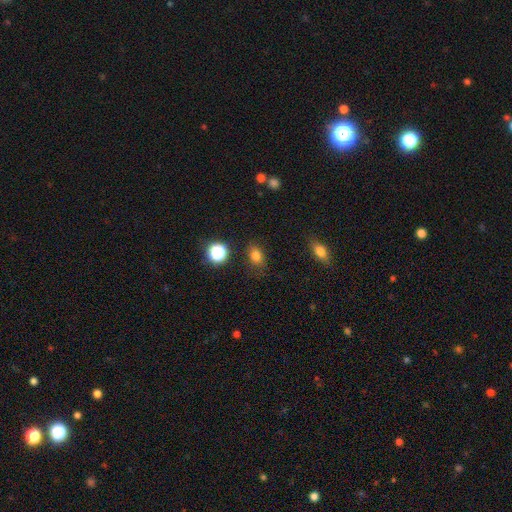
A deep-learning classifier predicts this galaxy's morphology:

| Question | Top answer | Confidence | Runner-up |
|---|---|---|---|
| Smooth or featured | smooth | 78% | star or artifact (16%) |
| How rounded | in between | 64% | round (34%) |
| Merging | none | 79% | minor disturbance (14%) |